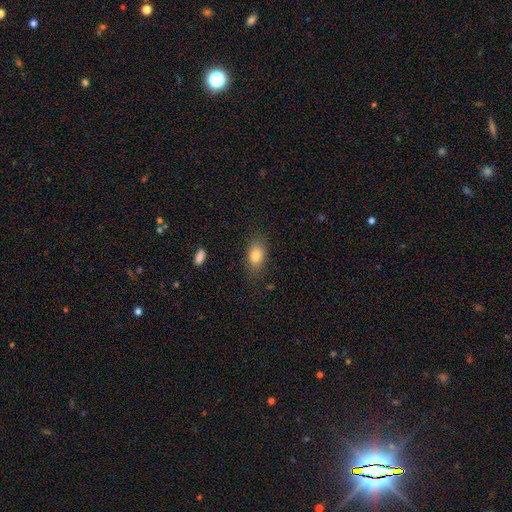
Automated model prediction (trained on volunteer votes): smooth_or_featured: smooth (p=0.78) [alt: featured or disk p=0.12]
how_rounded: in between (p=0.84) [alt: round p=0.13]
merging: none (p=0.82) [alt: minor disturbance p=0.13]